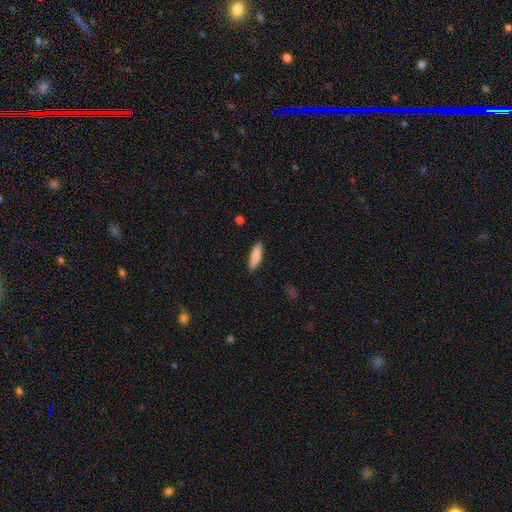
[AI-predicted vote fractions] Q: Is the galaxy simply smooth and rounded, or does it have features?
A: smooth — 84%.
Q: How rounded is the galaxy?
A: cigar-shaped — 60%.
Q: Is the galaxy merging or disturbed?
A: none — 89%.